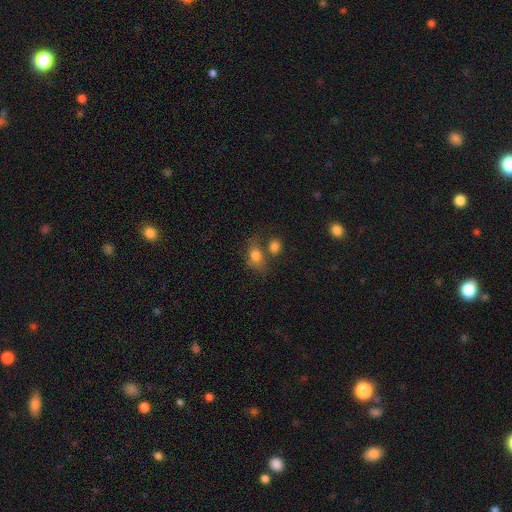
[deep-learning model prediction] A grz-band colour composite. It shows a smooth galaxy with no disk features (78%) that is in between round and cigar-shaped (62%). Merging: none (41%).